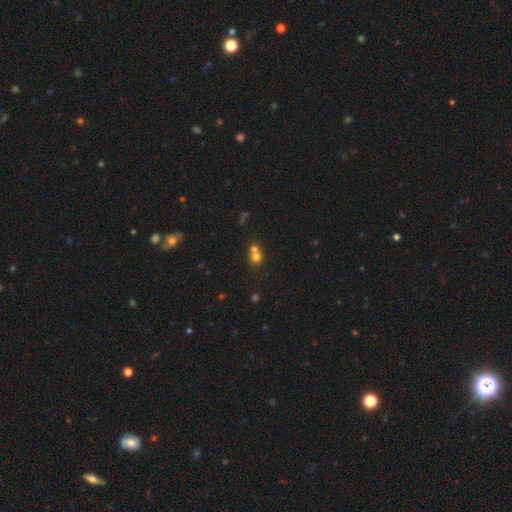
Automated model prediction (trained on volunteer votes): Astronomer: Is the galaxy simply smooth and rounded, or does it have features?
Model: smooth — 70%.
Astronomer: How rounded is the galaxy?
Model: round — 80%.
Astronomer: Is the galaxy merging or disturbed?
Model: merger — 57% (runner-up: none, 35%).